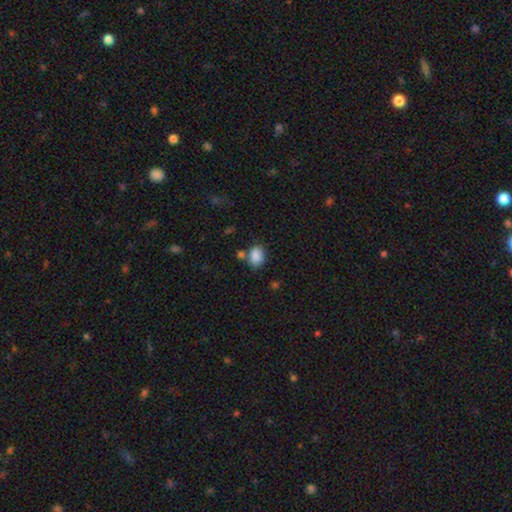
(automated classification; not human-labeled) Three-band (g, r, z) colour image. It shows a smooth galaxy with no disk features (88%) that is in between round and cigar-shaped (68%). Merging: none (69%).